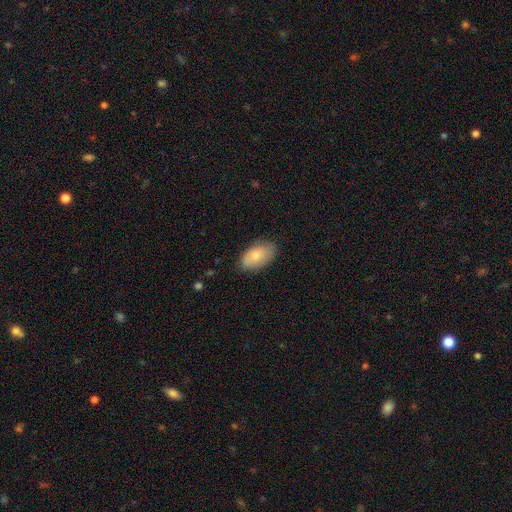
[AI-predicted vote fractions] A smooth galaxy with no disk features (74%) that is in between round and cigar-shaped (93%).

Vote fractions:
- Smooth or featured? smooth: 74% / featured or disk: 20% / star or artifact: 6%
- How rounded? in between: 93% / round: 6% / cigar-shaped: 2%
- Merging? none: 79% / minor disturbance: 17% / major disturbance: 3% / merger: 1%